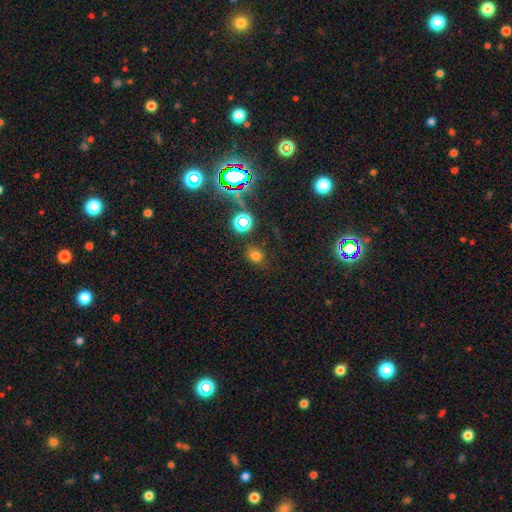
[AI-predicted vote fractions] Overall: smooth (67%). How rounded: round (73%). Merging: none (79%).